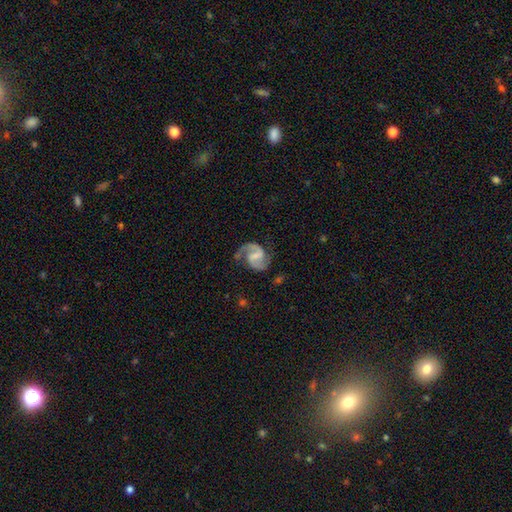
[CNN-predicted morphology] This is clearly a featured or disk galaxy (89%). It is clearly not viewed edge-on (98%). Bar: possibly weak (51%). Spiral arm pattern: clearly yes (97%). Spiral arm count: clearly 2 (91%). Spiral winding: possibly medium (58%). Central bulge: marginally small (38%). Merging: likely none (72%).